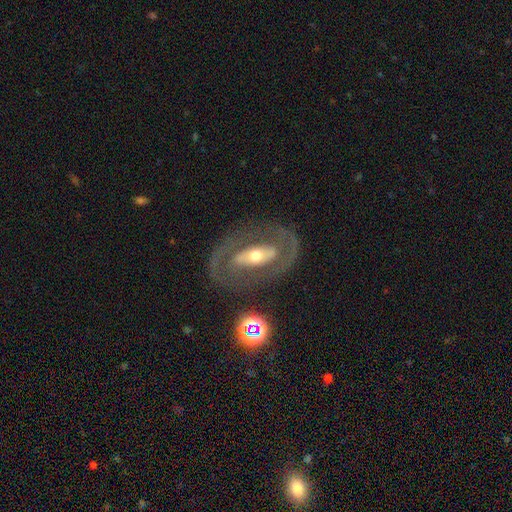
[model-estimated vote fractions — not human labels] Overall: featured or disk (80%). Edge-on disk: no (93%). Bar: no (40%; strong 34%). Spiral arms: yes (66%; no 34%). Bulge size: moderate (62%; small 28%). Merging: none (76%).